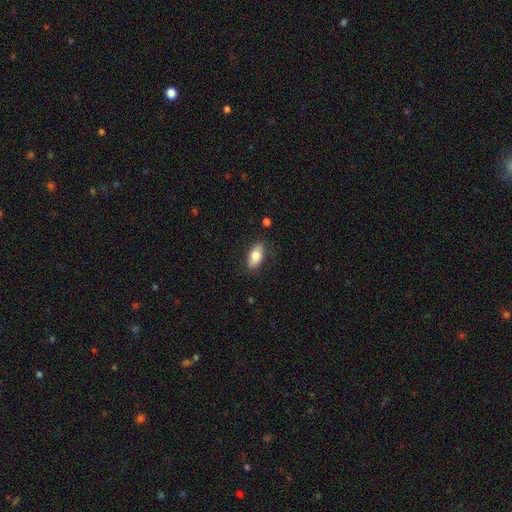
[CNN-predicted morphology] Smooth or featured? Predicted: smooth (p=0.78). How rounded? Predicted: in between (p=0.90). Merging? Predicted: none (p=0.82).